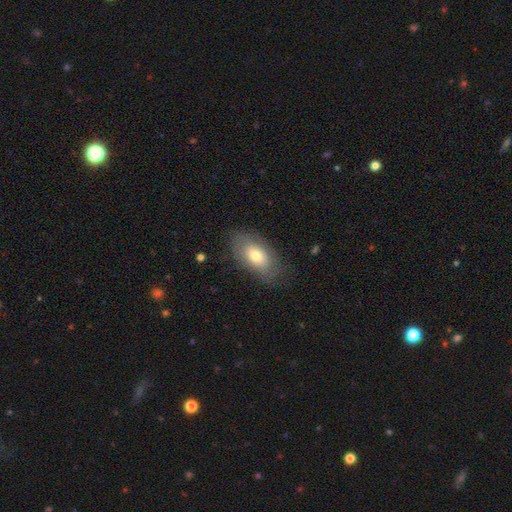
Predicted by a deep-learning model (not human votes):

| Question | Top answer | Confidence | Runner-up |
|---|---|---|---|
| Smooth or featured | smooth | 70% | featured or disk (23%) |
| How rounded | in between | 92% | round (5%) |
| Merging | none | 74% | minor disturbance (18%) |